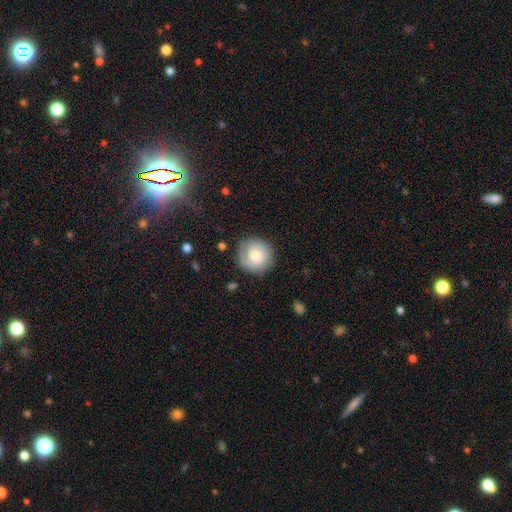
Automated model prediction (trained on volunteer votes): Smooth or featured? Predicted: smooth (p=0.60). How rounded? Predicted: round (p=0.91). Merging? Predicted: none (p=0.80).